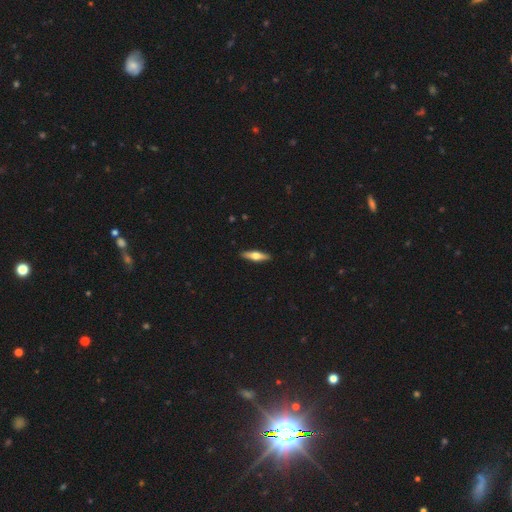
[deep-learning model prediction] Smooth or featured: featured or disk — 52% (smooth — 42%)
Edge-on disk: yes — 93% (no — 7%)
Merging: none — 91% (minor disturbance — 7%)